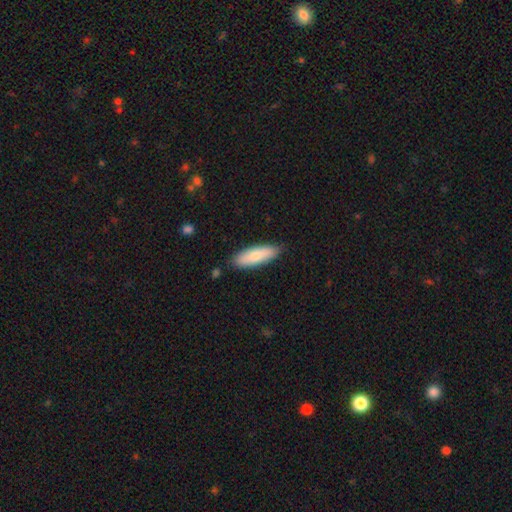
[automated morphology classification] Smooth or featured? Predicted: smooth (p=0.78). How rounded? Predicted: in between (p=0.58). Merging? Predicted: none (p=0.84).